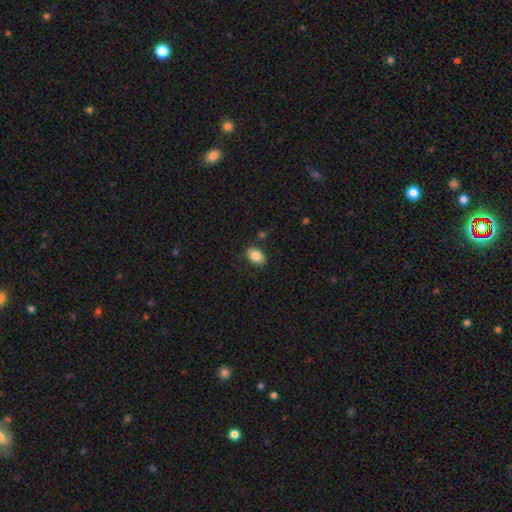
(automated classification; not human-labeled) Q: Smooth or featured?
A: smooth (82%); runner-up: featured or disk (10%)
Q: How rounded?
A: in between (89%); runner-up: round (9%)
Q: Merging?
A: none (84%); runner-up: minor disturbance (11%)